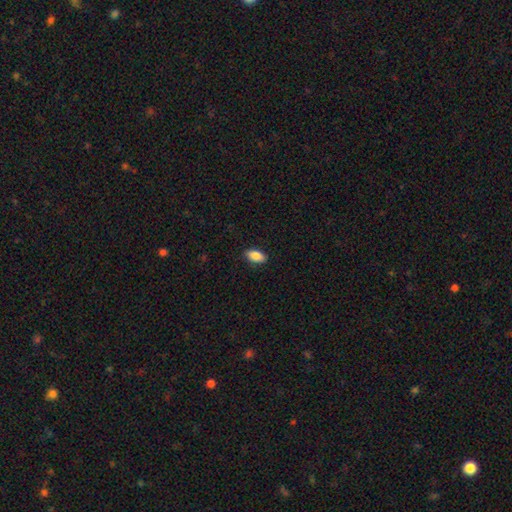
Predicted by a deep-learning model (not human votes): Overall: smooth (87%). How rounded: in between (91%). Merging: none (87%).